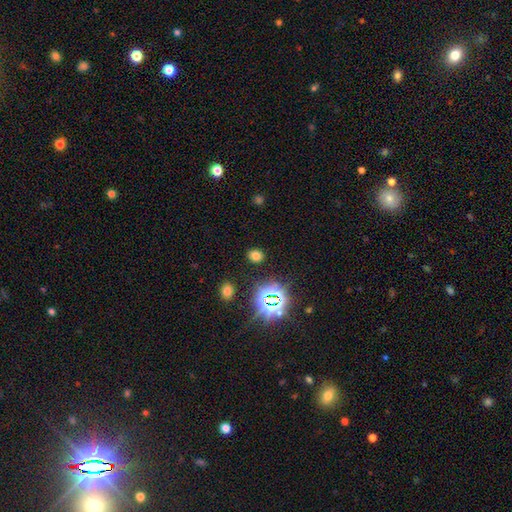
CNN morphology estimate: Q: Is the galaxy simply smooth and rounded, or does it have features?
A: smooth — 66%.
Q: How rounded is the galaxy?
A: round — 53%.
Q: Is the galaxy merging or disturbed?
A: none — 87%.